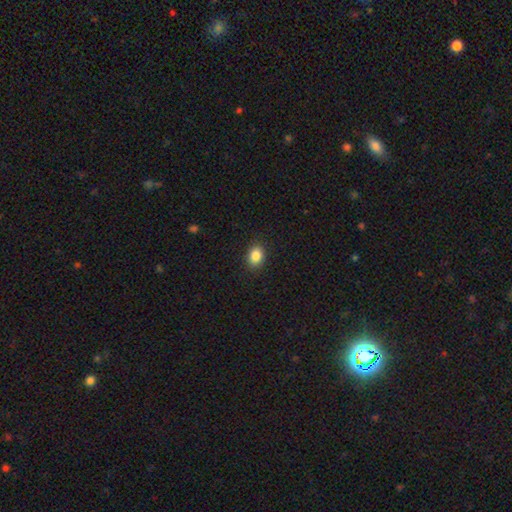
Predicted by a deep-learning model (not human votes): Smooth or featured: smooth — 86% (star or artifact — 9%)
How rounded: in between — 64% (round — 35%)
Merging: none — 89% (minor disturbance — 8%)